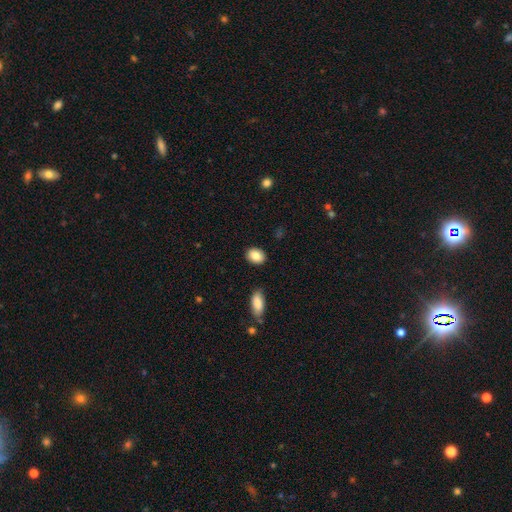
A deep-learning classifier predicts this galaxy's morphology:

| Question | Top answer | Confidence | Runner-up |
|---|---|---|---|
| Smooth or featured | smooth | 85% | star or artifact (8%) |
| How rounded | in between | 64% | round (34%) |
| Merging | none | 89% | minor disturbance (7%) |